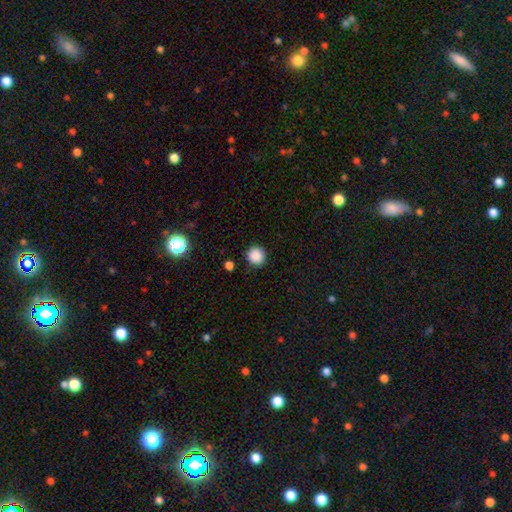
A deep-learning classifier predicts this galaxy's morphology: Q: Smooth or featured?
A: smooth (87%); runner-up: star or artifact (10%)
Q: How rounded?
A: round (94%); runner-up: in between (5%)
Q: Merging?
A: none (90%); runner-up: minor disturbance (6%)